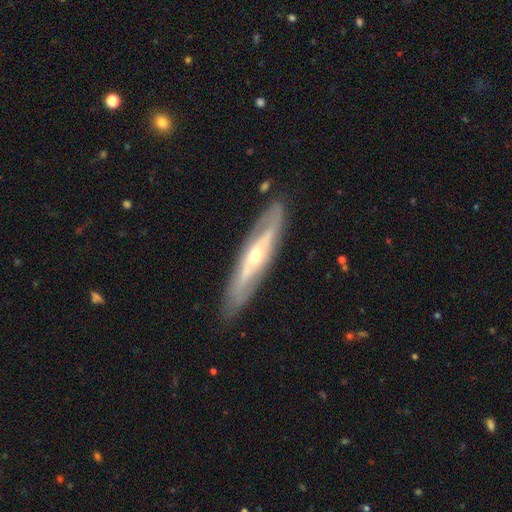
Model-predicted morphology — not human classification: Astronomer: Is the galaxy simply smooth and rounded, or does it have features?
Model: featured or disk — 75%.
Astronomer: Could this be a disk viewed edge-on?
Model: no — 52% (runner-up: yes, 48%).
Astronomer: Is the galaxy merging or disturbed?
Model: none — 84%.